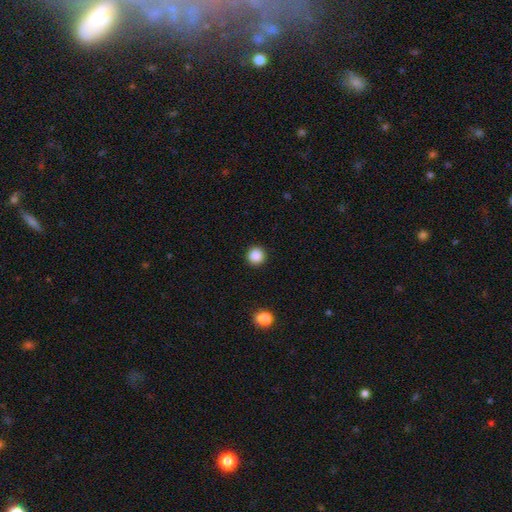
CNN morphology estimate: Q: Smooth or featured?
A: smooth (88%); runner-up: star or artifact (9%)
Q: How rounded?
A: round (95%); runner-up: in between (5%)
Q: Merging?
A: none (92%); runner-up: minor disturbance (5%)